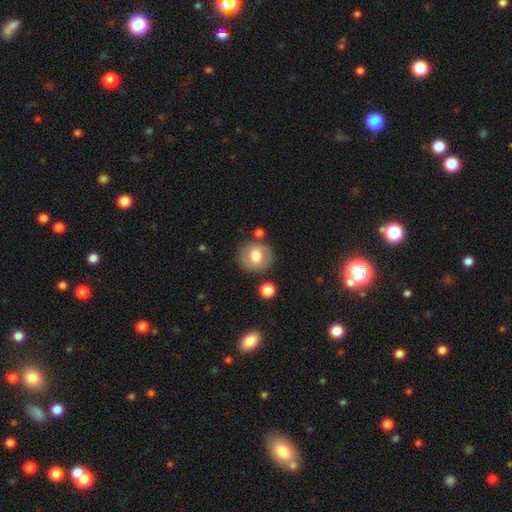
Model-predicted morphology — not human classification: smooth 69%, featured or disk 22%, star or artifact 8%. Down the decision tree: how rounded — round (88%); merging — none (80%).